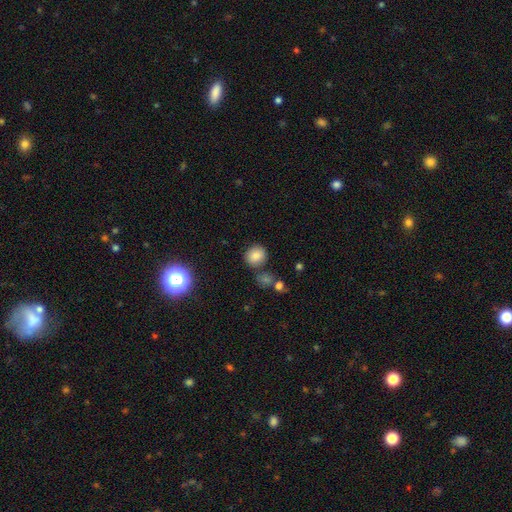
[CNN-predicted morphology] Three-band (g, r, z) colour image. It shows a smooth galaxy with no disk features (81%) that is round (81%). Merging: none (78%).